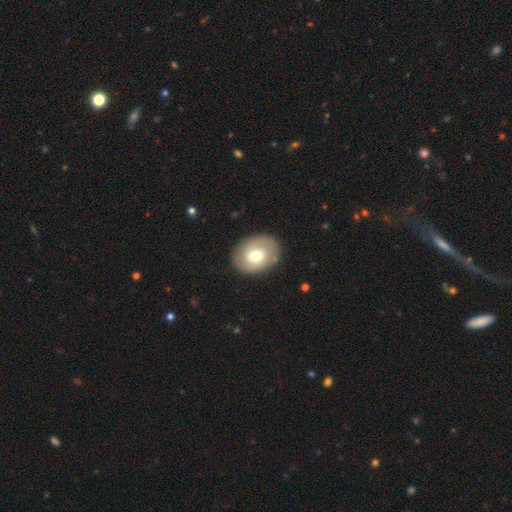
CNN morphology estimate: Smooth or featured? smooth (60%)
How rounded? in between (59%)
Merging? none (82%)